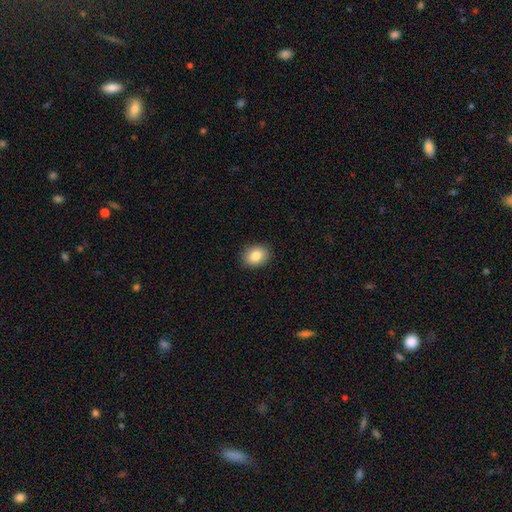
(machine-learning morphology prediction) A smooth galaxy with no disk features (84%) that is in between round and cigar-shaped (51%). Merging: none (90%).